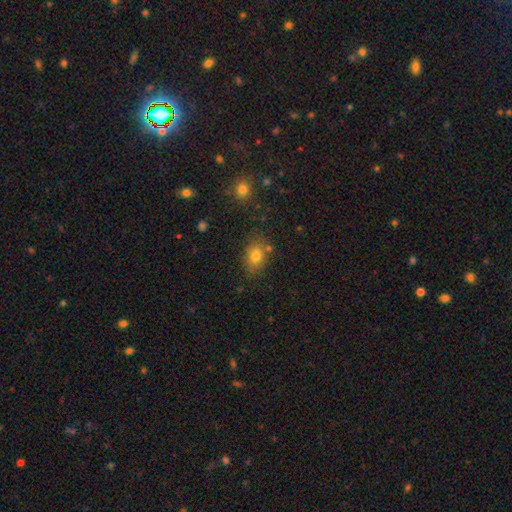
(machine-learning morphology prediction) A smooth galaxy with no disk features (79%) that is in between round and cigar-shaped (64%). Merging: none (73%).